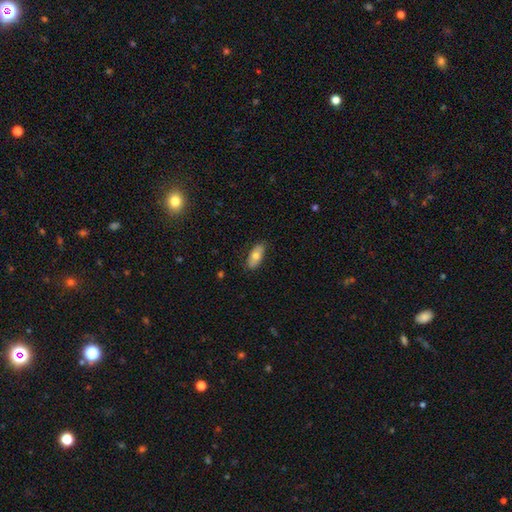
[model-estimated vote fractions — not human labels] A smooth galaxy with no disk features (71%) that is in between round and cigar-shaped (86%). Merging: none (84%).